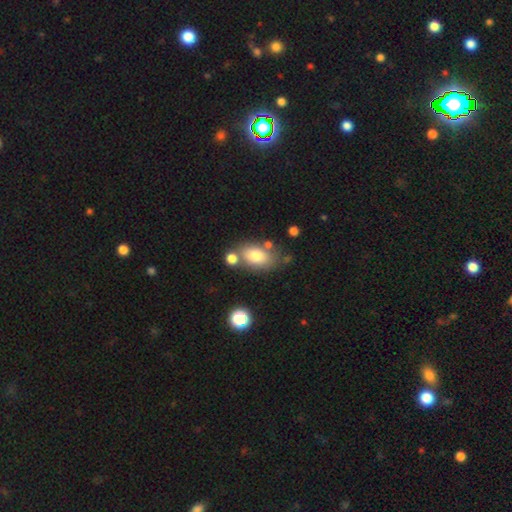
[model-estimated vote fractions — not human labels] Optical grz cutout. It shows a smooth galaxy with no disk features (76%) that is in between round and cigar-shaped (85%). Merging: none (61%).